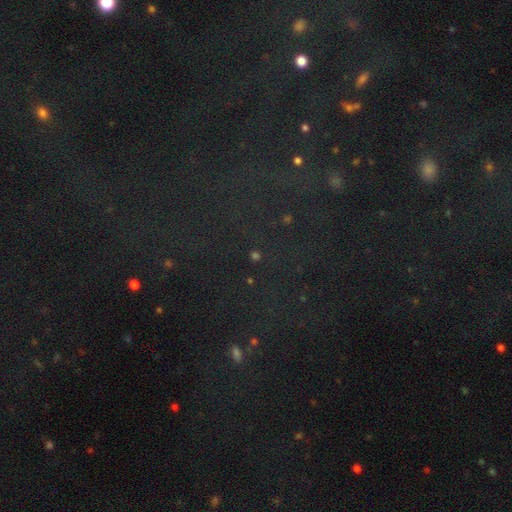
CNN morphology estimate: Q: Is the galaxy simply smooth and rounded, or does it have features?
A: star or artifact — 69%.